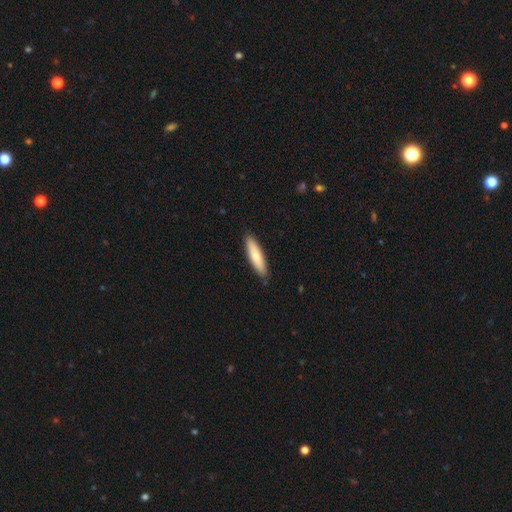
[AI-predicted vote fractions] This appears to be a smooth galaxy with no disk features (74%) that is cigar-shaped (73%). Merging: none (88%).